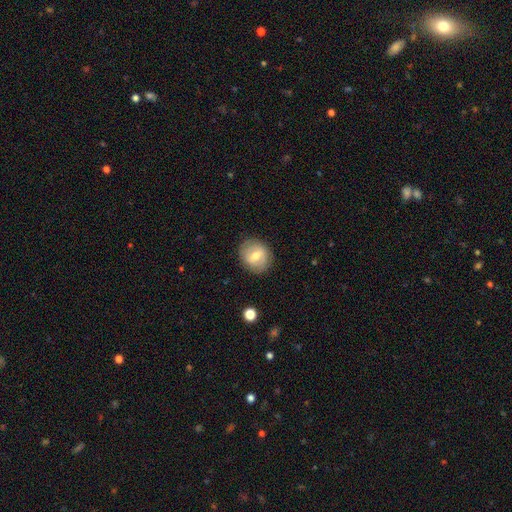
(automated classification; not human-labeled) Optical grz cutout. It shows a smooth galaxy with no disk features (60%) that is round (70%). Merging: none (84%).